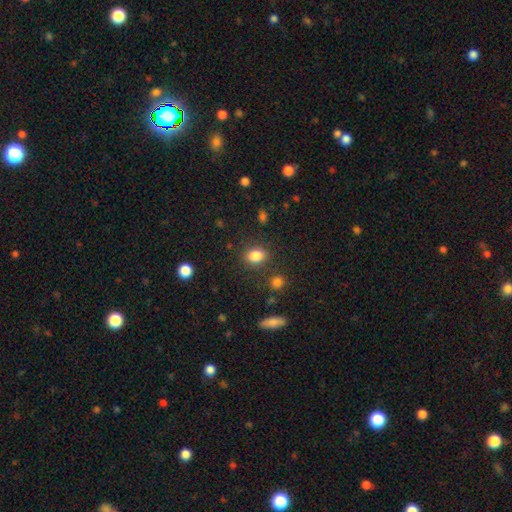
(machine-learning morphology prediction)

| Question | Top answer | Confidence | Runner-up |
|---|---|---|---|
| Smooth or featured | smooth | 84% | star or artifact (10%) |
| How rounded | in between | 60% | round (39%) |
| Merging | none | 82% | minor disturbance (11%) |